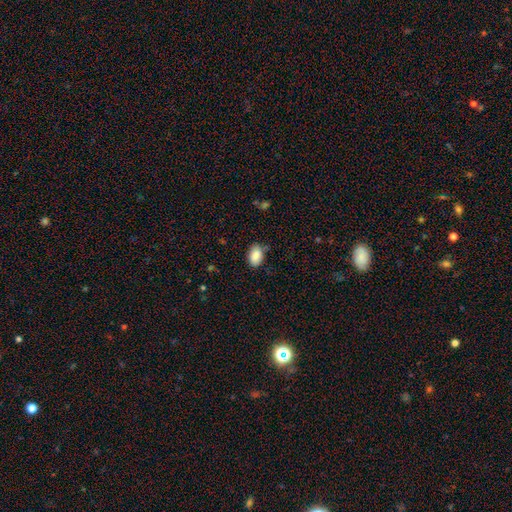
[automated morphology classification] Smooth or featured?
  - smooth: 89% *
  - star or artifact: 7%
  - featured or disk: 4%
How rounded?
  - in between: 90% *
  - round: 9%
  - cigar-shaped: 1%
Merging?
  - none: 79% *
  - minor disturbance: 16%
  - major disturbance: 3%
  - merger: 2%